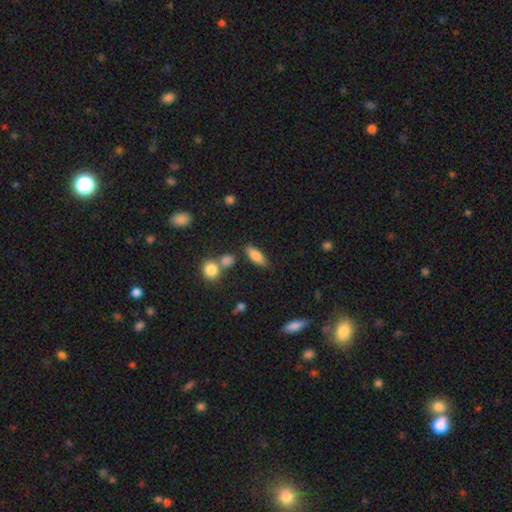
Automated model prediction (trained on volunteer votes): smooth-or-featured: smooth: 77% | featured or disk: 14% | star or artifact: 8%
  how-rounded: in between: 70% | cigar-shaped: 26% | round: 4%
  merging: none: 75% | minor disturbance: 12% | merger: 9% | major disturbance: 4%